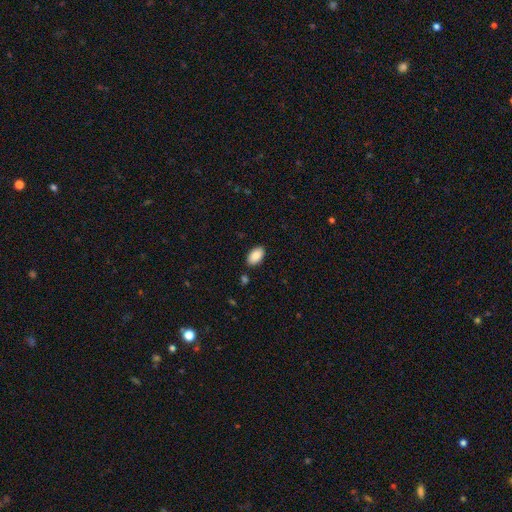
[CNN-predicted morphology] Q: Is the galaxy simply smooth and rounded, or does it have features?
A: smooth — 88%.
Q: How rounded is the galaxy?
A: in between — 95%.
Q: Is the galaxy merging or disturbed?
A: none — 87%.